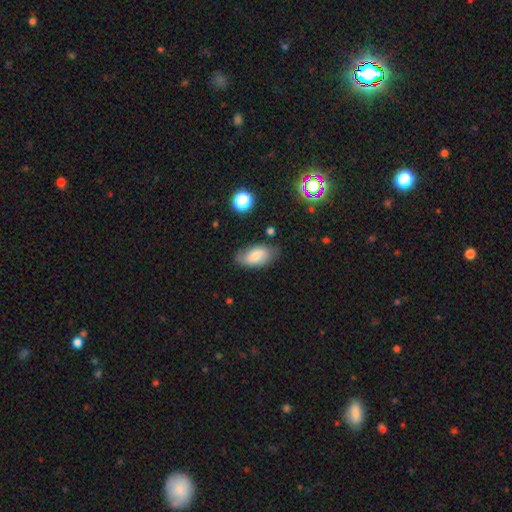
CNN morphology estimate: This is likely a smooth galaxy (67%). How rounded: clearly in between (92%). Merging: likely none (70%).